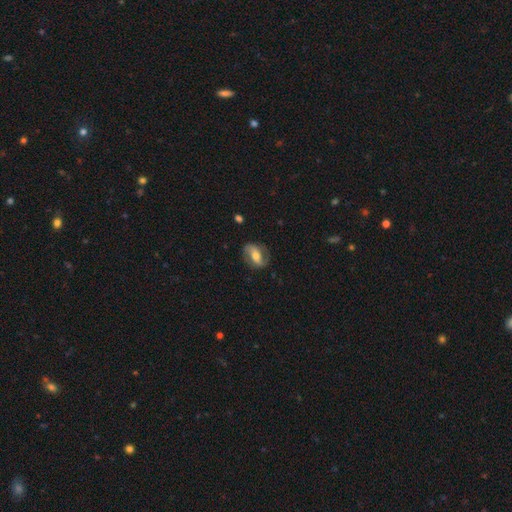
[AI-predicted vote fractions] Smooth or featured? featured or disk (67%)
Edge-on disk? no (94%)
Bar? strong (41%)
Spiral arms? yes (85%)
Spiral winding? medium (41%)
Spiral arm count? 2 (87%)
Bulge size? moderate (63%)
Merging? none (78%)